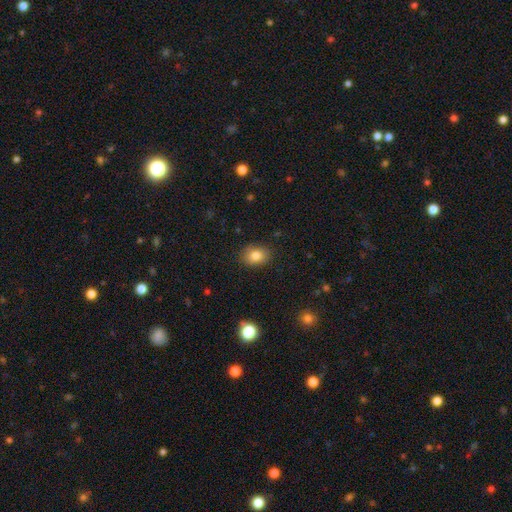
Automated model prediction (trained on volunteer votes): Overall: smooth (83%). How rounded: in between (67%; round 32%). Merging: none (85%).